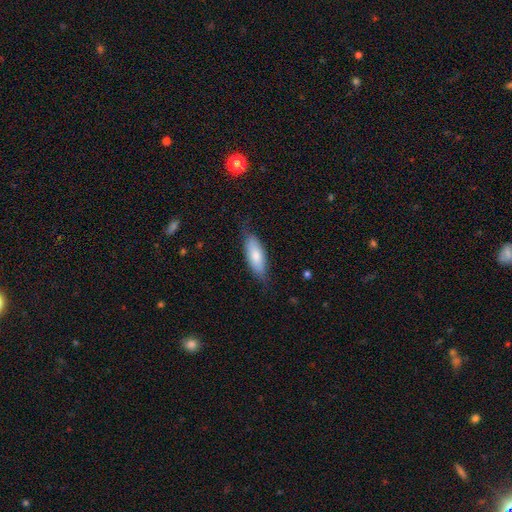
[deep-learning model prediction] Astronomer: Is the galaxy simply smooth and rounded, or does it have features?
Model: smooth — 74%.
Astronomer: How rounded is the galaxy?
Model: in between — 70%.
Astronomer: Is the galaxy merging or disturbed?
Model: none — 70%.